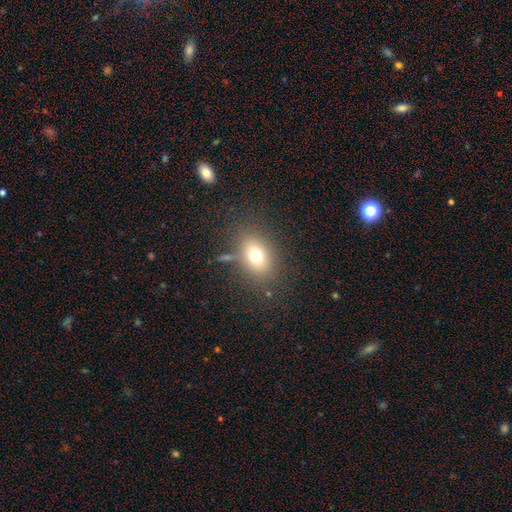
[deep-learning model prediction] smooth-or-featured: smooth: 72% | star or artifact: 14% | featured or disk: 14%
  how-rounded: in between: 64% | round: 34% | cigar-shaped: 1%
  merging: none: 78% | minor disturbance: 12% | major disturbance: 6% | merger: 4%